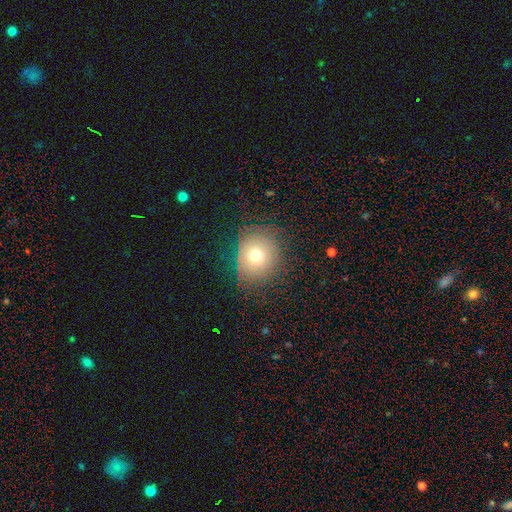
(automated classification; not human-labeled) A smooth galaxy with no disk features (70%) that is round (78%).

Vote fractions:
- Smooth or featured? smooth: 70% / featured or disk: 15% / star or artifact: 15%
- How rounded? round: 78% / in between: 21% / cigar-shaped: 1%
- Merging? none: 77% / minor disturbance: 15% / major disturbance: 6% / merger: 1%